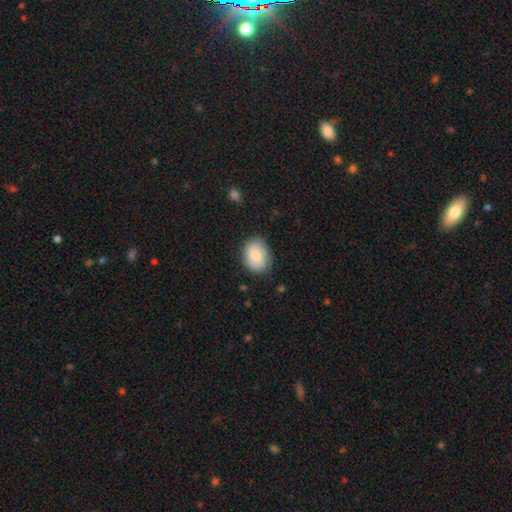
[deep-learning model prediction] smooth-or-featured: smooth: 79% | featured or disk: 14% | star or artifact: 7%
  how-rounded: in between: 65% | round: 34% | cigar-shaped: 1%
  merging: none: 80% | minor disturbance: 16% | major disturbance: 3% | merger: 1%